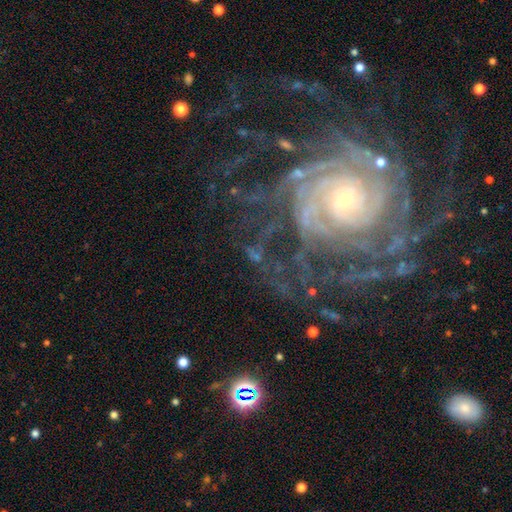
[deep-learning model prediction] A featured or disk galaxy (71%) with no bar (48%), tight (66%) spiral arms (94%) and a small central bulge (69%). Merging: none (63%).